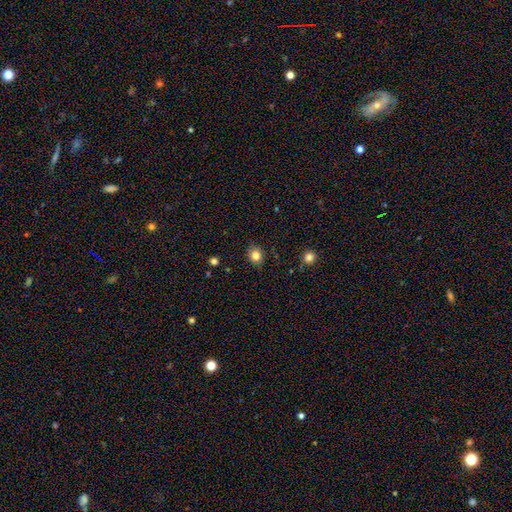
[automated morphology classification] This is clearly a smooth galaxy (82%). How rounded: likely round (70%). Merging: clearly none (86%).